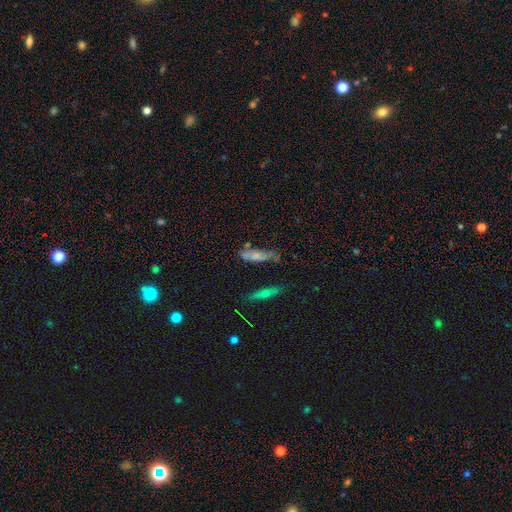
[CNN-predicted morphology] Smooth or featured? smooth (64%)
How rounded? cigar-shaped (57%)
Merging? none (60%)